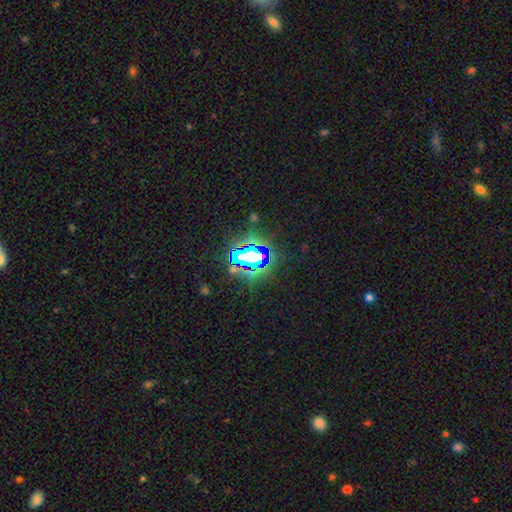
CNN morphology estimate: type=star or artifact (73%).